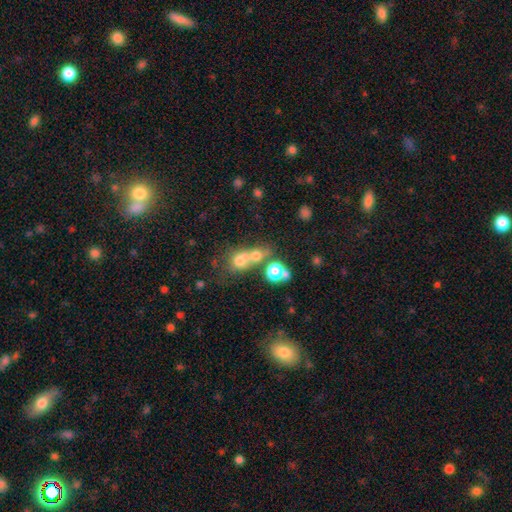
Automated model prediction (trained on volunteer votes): smooth 63%, star or artifact 19%, featured or disk 18%. Down the decision tree: how rounded — round (69%); merging — merger (56%).